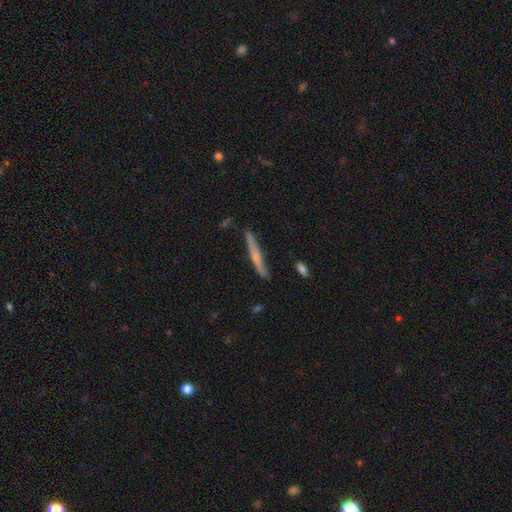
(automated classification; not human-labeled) Morphology: type=smooth (48%); merging=none (82%).